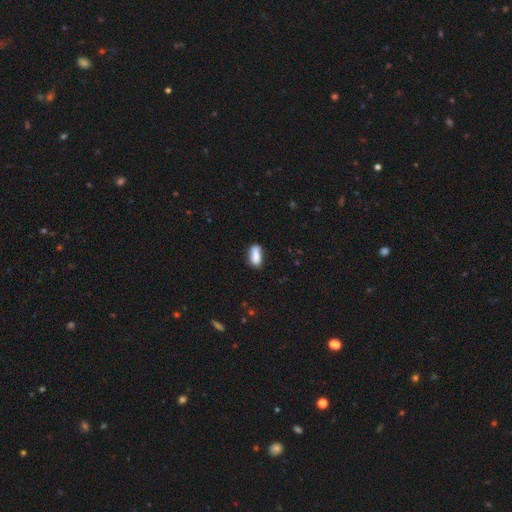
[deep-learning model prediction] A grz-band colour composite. It shows a smooth galaxy with no disk features (80%) that is in between round and cigar-shaped (78%). Merging: none (58%).